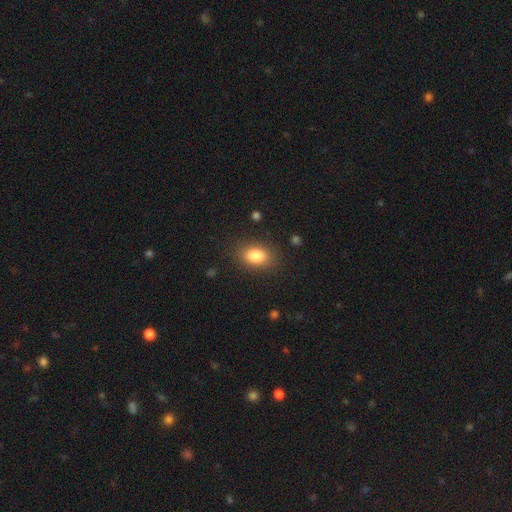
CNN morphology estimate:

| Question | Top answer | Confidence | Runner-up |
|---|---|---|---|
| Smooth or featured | smooth | 84% | star or artifact (9%) |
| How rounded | in between | 81% | round (17%) |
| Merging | none | 83% | minor disturbance (12%) |